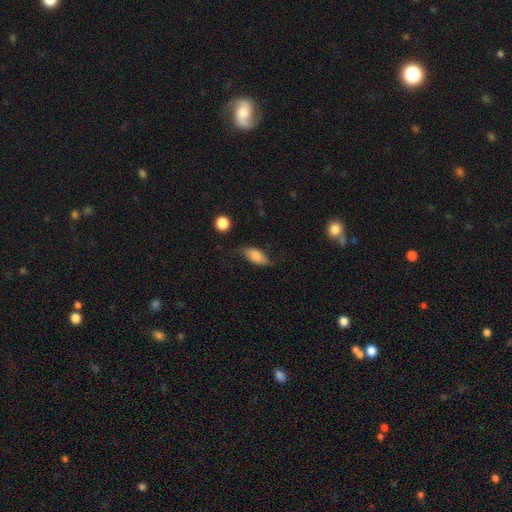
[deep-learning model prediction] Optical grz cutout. It shows a smooth galaxy with no disk features (70%) that is in between round and cigar-shaped (84%). Merging: none (63%).